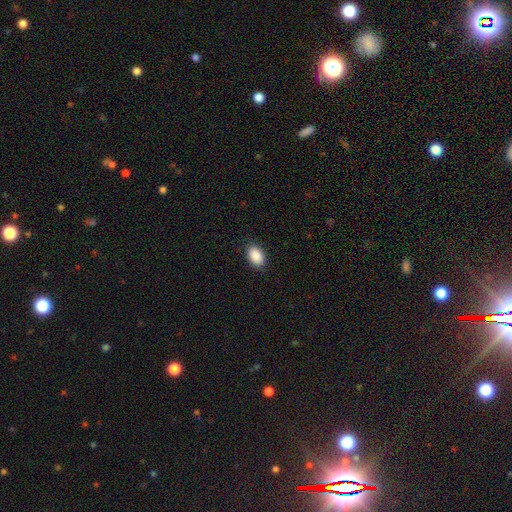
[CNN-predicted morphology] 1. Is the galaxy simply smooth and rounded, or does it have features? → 90% smooth, 7% star or artifact, 3% featured or disk.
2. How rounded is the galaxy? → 90% in between, 9% round, 1% cigar-shaped.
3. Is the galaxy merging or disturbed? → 89% none, 8% minor disturbance, 2% major disturbance, 1% merger.